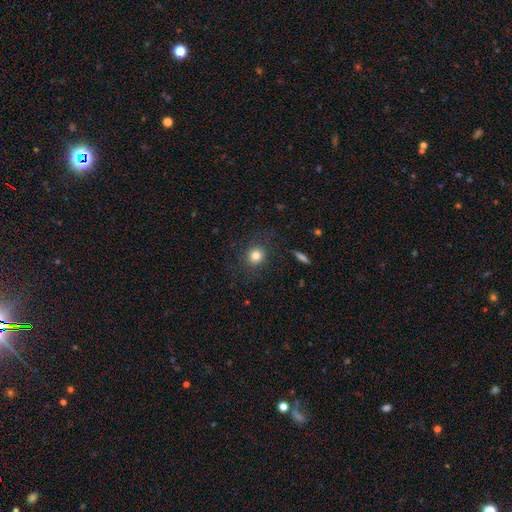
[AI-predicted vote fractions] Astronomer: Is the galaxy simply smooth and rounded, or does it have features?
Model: smooth — 81%.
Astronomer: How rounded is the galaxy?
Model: round — 84%.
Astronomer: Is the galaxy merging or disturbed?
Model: none — 84%.